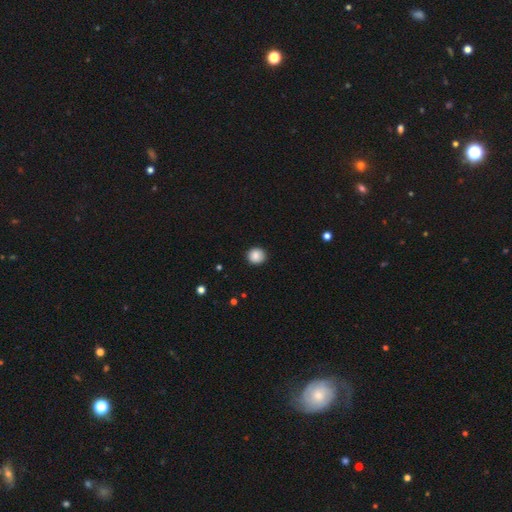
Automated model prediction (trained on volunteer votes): Morphology: type=smooth (87%); roundness=round (91%); merging=none (90%).